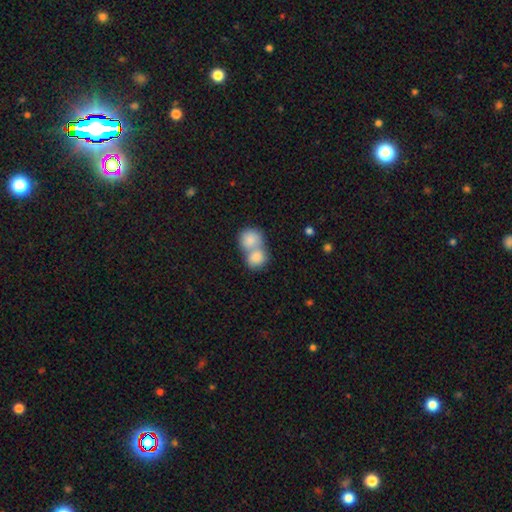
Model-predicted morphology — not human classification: Smooth or featured: smooth — 81% (featured or disk — 11%)
How rounded: round — 66% (in between — 32%)
Merging: merger — 71% (none — 21%)